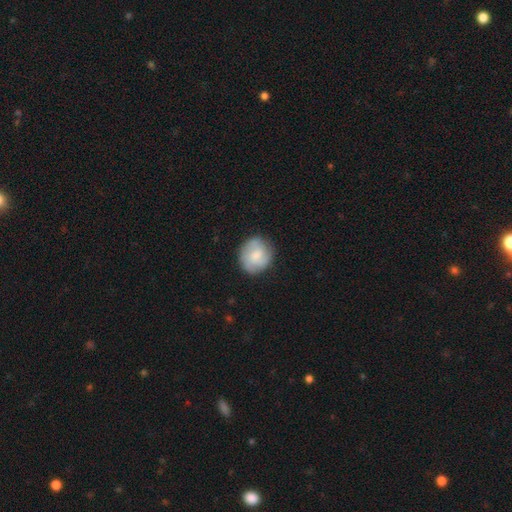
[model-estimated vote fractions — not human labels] A smooth galaxy with no disk features (67%) that is round (77%).

Vote fractions:
- Smooth or featured? smooth: 67% / featured or disk: 27% / star or artifact: 6%
- How rounded? round: 77% / in between: 22% / cigar-shaped: 1%
- Merging? none: 77% / minor disturbance: 17% / major disturbance: 5% / merger: 1%